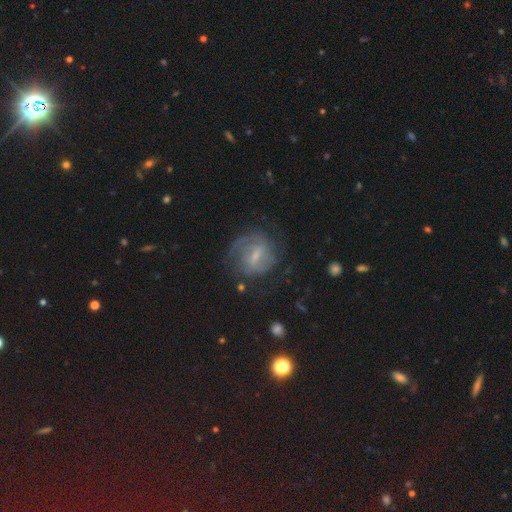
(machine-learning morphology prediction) Q: Smooth or featured?
A: featured or disk (75%); runner-up: smooth (18%)
Q: Edge-on disk?
A: no (97%); runner-up: yes (3%)
Q: Bar?
A: weak (59%); runner-up: strong (22%)
Q: Spiral arms?
A: yes (88%); runner-up: no (12%)
Q: Spiral winding?
A: tight (44%); runner-up: medium (40%)
Q: Spiral arm count?
A: 2 (41%); runner-up: can't tell (34%)
Q: Bulge size?
A: small (61%); runner-up: moderate (28%)
Q: Merging?
A: none (65%); runner-up: minor disturbance (20%)